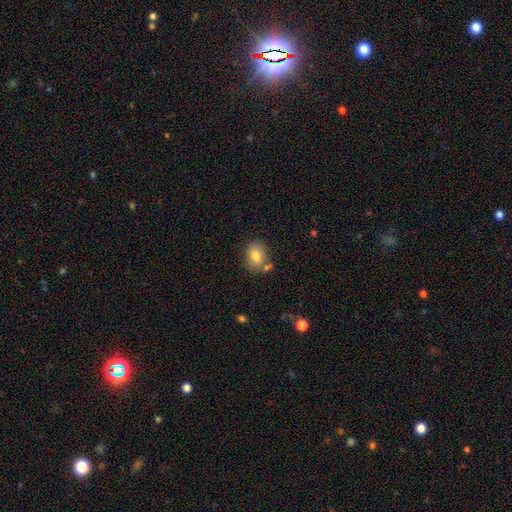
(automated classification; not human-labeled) Q: Smooth or featured?
A: smooth (82%); runner-up: featured or disk (9%)
Q: How rounded?
A: in between (53%); runner-up: round (46%)
Q: Merging?
A: none (71%); runner-up: minor disturbance (14%)